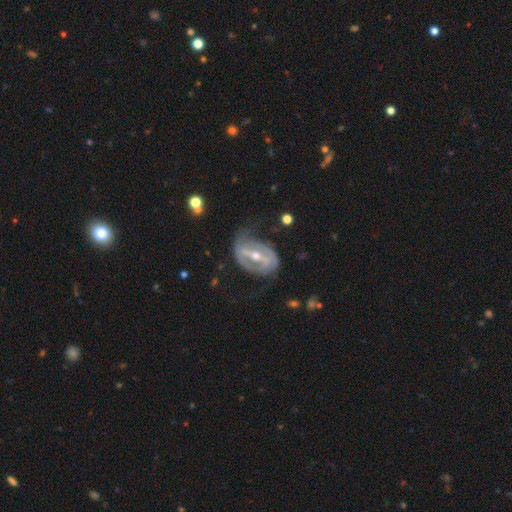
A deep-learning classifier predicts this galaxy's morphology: Smooth or featured? Predicted: featured or disk (p=0.84). Edge-on disk? Predicted: no (p=0.94). Bar? Predicted: strong (p=0.68). Spiral arms? Predicted: yes (p=0.79). Spiral winding? Predicted: medium (p=0.37, tied with tight). Spiral arm count? Predicted: 2 (p=0.68). Bulge size? Predicted: moderate (p=0.51). Merging? Predicted: none (p=0.51).